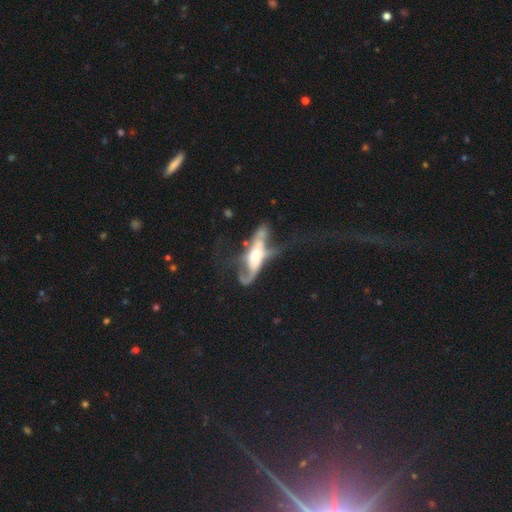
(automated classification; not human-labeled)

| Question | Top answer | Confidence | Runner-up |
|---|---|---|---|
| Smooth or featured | featured or disk | 69% | smooth (25%) |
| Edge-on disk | no | 66% | yes (34%) |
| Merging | major disturbance | 45% | none (26%) |